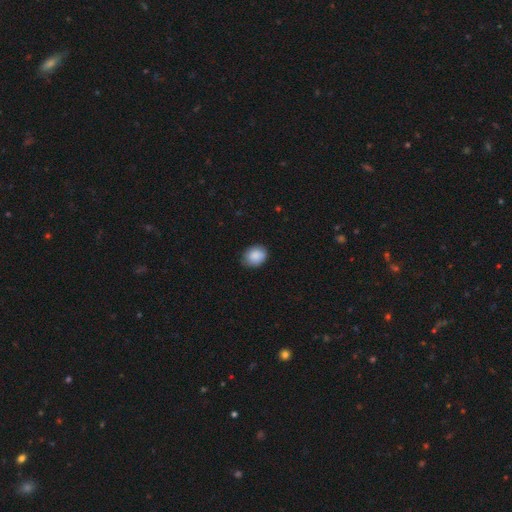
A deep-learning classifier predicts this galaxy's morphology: A smooth galaxy with no disk features (88%) that is round (50%).

Vote fractions:
- Smooth or featured? smooth: 88% / star or artifact: 7% / featured or disk: 5%
- How rounded? round: 50% / in between: 49% / cigar-shaped: 1%
- Merging? none: 77% / minor disturbance: 19% / major disturbance: 3% / merger: 1%